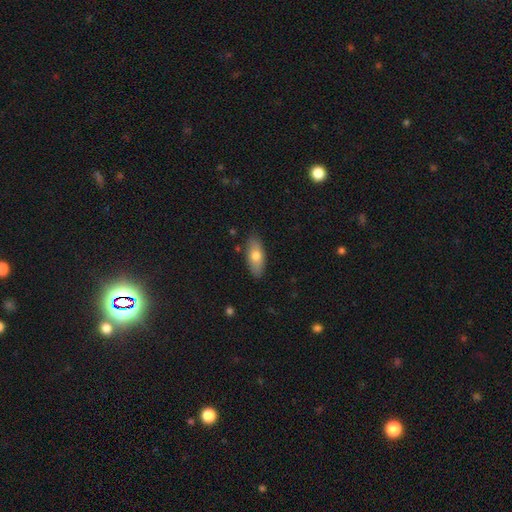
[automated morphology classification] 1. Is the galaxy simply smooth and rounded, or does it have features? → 70% smooth, 24% featured or disk, 6% star or artifact.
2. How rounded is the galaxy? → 82% in between, 15% cigar-shaped, 3% round.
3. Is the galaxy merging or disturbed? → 86% none, 10% minor disturbance, 2% major disturbance, 1% merger.